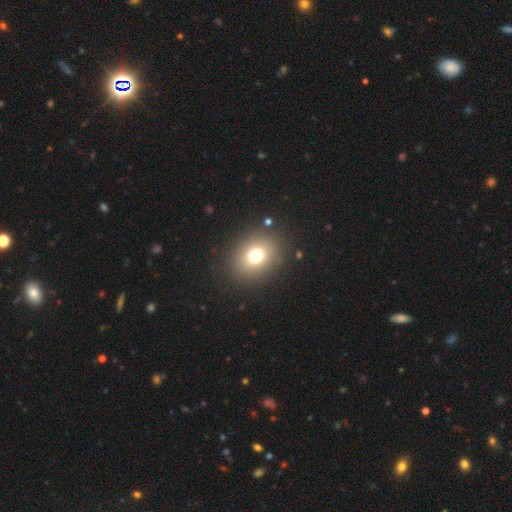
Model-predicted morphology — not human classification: This appears to be a smooth galaxy with no disk features (74%) that is round (57%). Merging: none (87%).